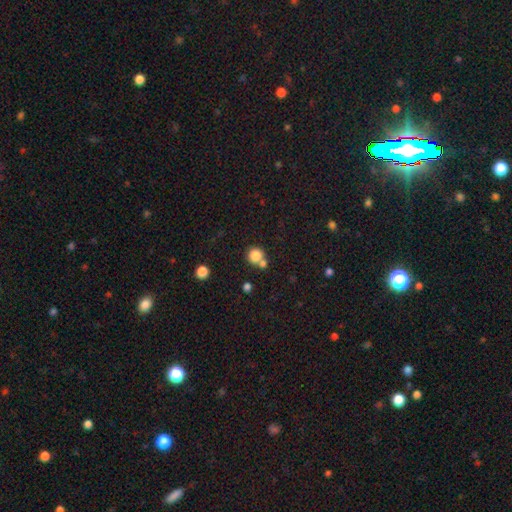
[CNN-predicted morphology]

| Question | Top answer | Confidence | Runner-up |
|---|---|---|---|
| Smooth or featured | smooth | 82% | star or artifact (11%) |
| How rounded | round | 91% | in between (8%) |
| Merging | none | 59% | merger (29%) |